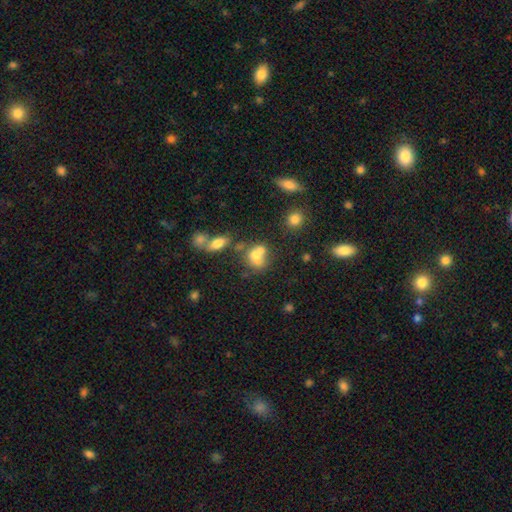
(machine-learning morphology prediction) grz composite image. It shows a smooth galaxy with no disk features (67%) that is in between round and cigar-shaped (51%). Merging: merger (52%).